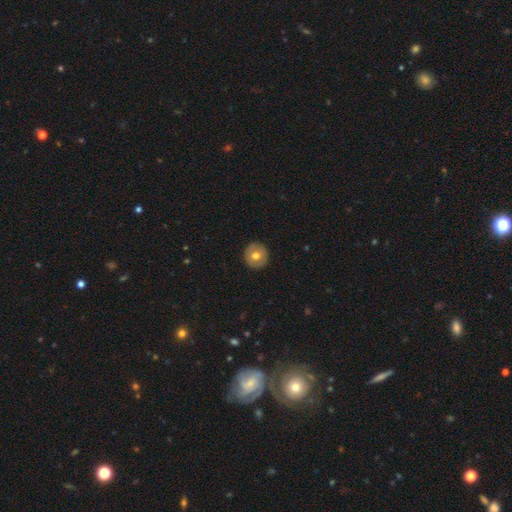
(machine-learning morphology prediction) This appears to be a smooth galaxy with no disk features (63%) that is round (95%). Merging: none (91%).